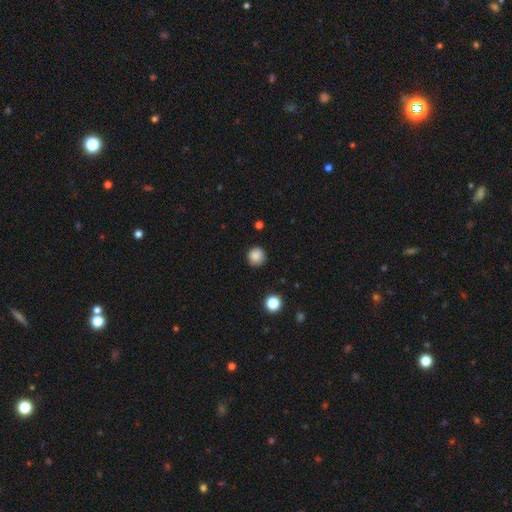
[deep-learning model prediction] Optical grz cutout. It shows a smooth galaxy with no disk features (86%) that is round (94%). Merging: none (88%).